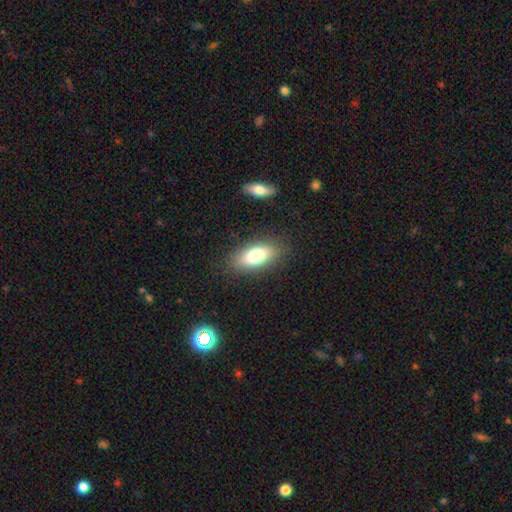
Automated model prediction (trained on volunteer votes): Smooth or featured: smooth — 75% (featured or disk — 17%)
How rounded: in between — 84% (cigar-shaped — 11%)
Merging: none — 85% (minor disturbance — 10%)